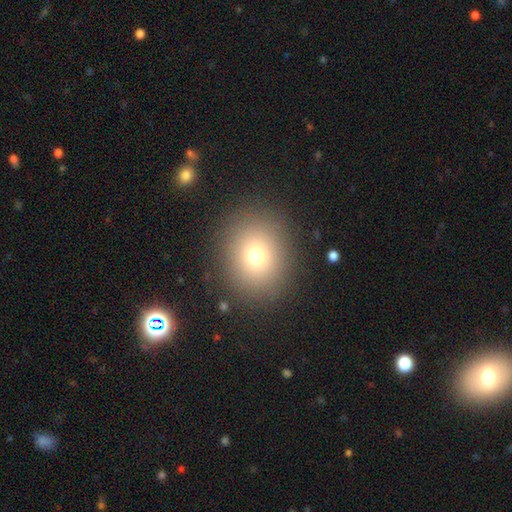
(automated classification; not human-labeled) A smooth galaxy with no disk features (73%) that is round (71%). Merging: none (87%).